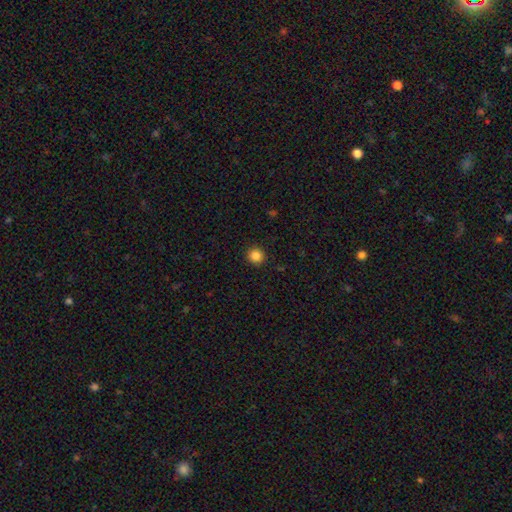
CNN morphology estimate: smooth_or_featured: smooth (p=0.85) [alt: star or artifact p=0.11]
how_rounded: round (p=0.94) [alt: in between p=0.05]
merging: none (p=0.93) [alt: minor disturbance p=0.05]